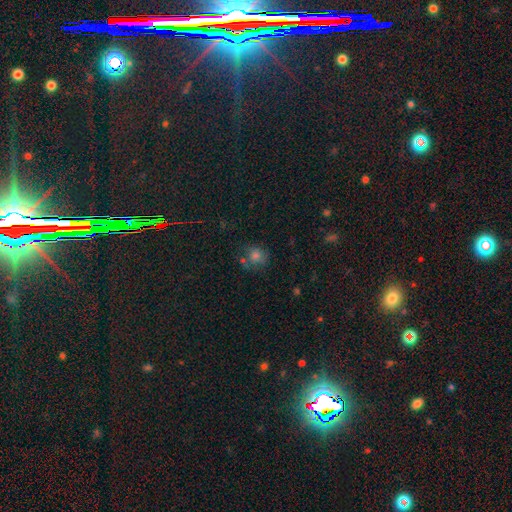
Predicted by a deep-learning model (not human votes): The model was most divided on "merging": none: 62%, minor disturbance: 19%, merger: 11%, major disturbance: 8%. More confident: how rounded — round (79%); smooth or featured — smooth (66%).